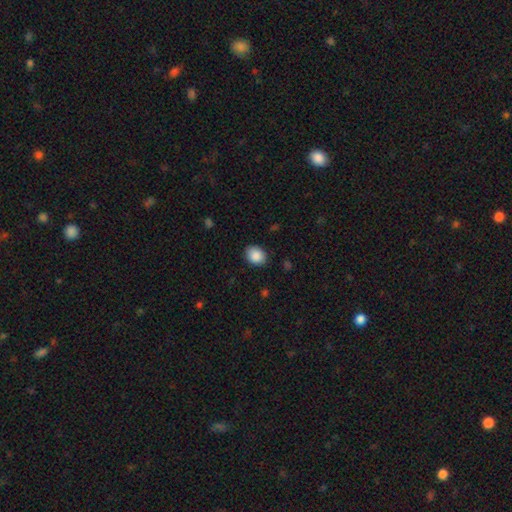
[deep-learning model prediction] Overall: smooth (89%). How rounded: in between (55%; round 44%). Merging: none (86%).